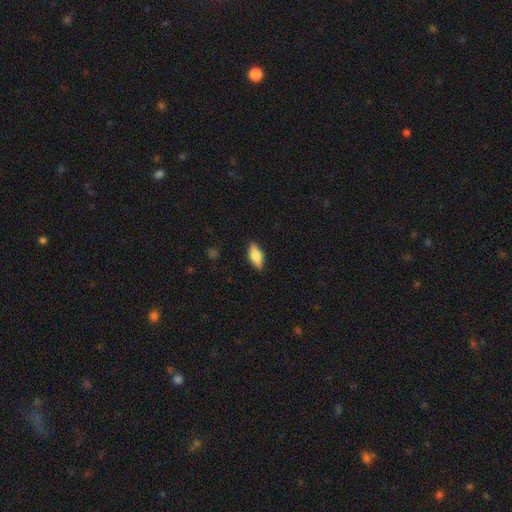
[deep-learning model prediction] This is likely a smooth galaxy (68%). How rounded: likely in between (75%). Merging: clearly none (87%).